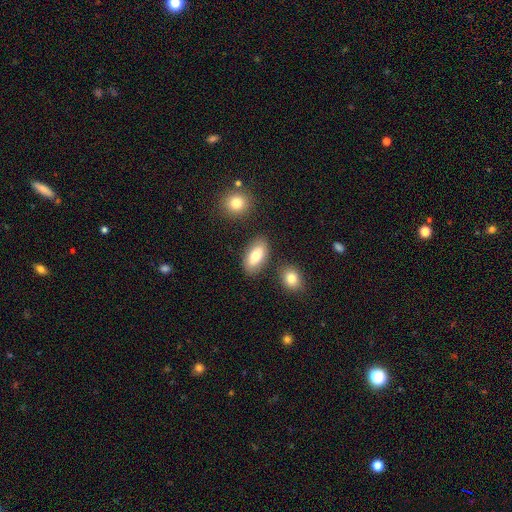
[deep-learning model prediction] smooth-or-featured: smooth: 76% | featured or disk: 17% | star or artifact: 7%
  how-rounded: in between: 91% | cigar-shaped: 4% | round: 4%
  merging: none: 81% | minor disturbance: 11% | merger: 5% | major disturbance: 3%